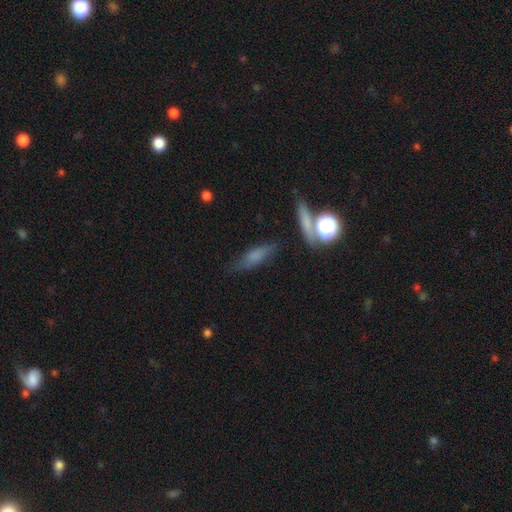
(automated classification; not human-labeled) This appears to be a smooth galaxy with no disk features (64%) that is cigar-shaped (55%). Merging: none (71%).